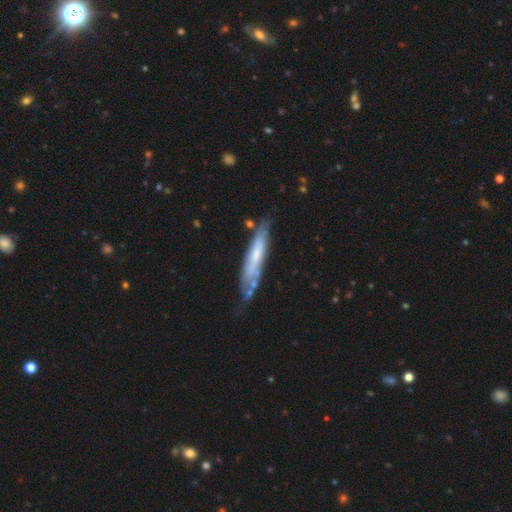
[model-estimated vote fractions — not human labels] Overall: featured or disk (55%; smooth 39%). Edge-on disk: yes (59%; no 41%). Merging: none (56%; minor disturbance 27%).